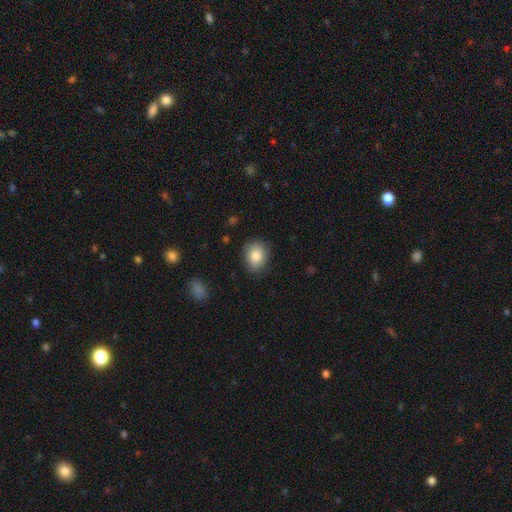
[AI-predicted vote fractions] Smooth or featured?
  - smooth: 84% *
  - featured or disk: 9%
  - star or artifact: 8%
How rounded?
  - round: 55% *
  - in between: 44%
  - cigar-shaped: 1%
Merging?
  - none: 81% *
  - minor disturbance: 14%
  - major disturbance: 3%
  - merger: 1%